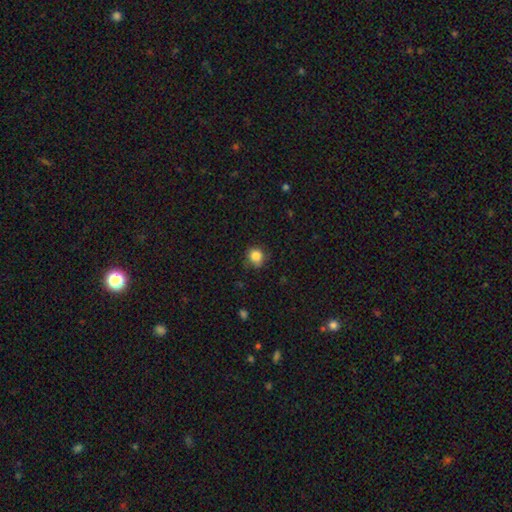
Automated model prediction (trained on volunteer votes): Smooth or featured? Predicted: smooth (p=0.84). How rounded? Predicted: round (p=0.85). Merging? Predicted: none (p=0.75).